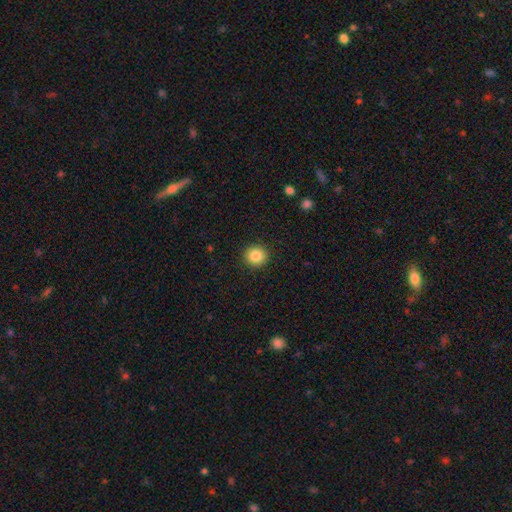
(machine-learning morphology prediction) A smooth galaxy with no disk features (86%) that is round (92%).

Vote fractions:
- Smooth or featured? smooth: 86% / star or artifact: 10% / featured or disk: 4%
- How rounded? round: 92% / in between: 7% / cigar-shaped: 1%
- Merging? none: 92% / minor disturbance: 5% / major disturbance: 2% / merger: 1%